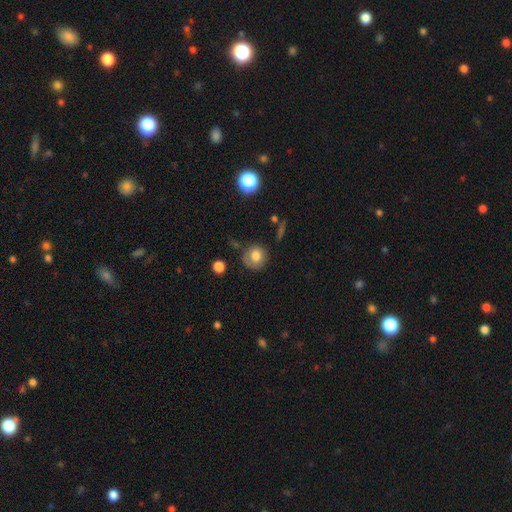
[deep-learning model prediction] Q: Smooth or featured?
A: smooth (76%); runner-up: featured or disk (14%)
Q: How rounded?
A: round (85%); runner-up: in between (14%)
Q: Merging?
A: none (68%); runner-up: minor disturbance (21%)